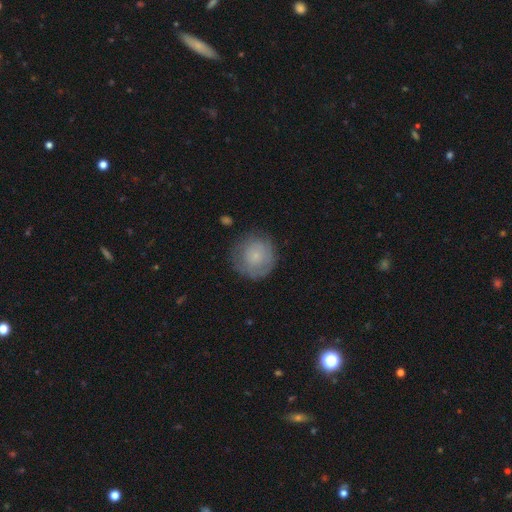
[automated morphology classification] A smooth galaxy with no disk features (64%) that is round (93%).

Vote fractions:
- Smooth or featured? smooth: 64% / featured or disk: 28% / star or artifact: 8%
- How rounded? round: 93% / in between: 7% / cigar-shaped: 1%
- Merging? none: 74% / minor disturbance: 17% / major disturbance: 7% / merger: 1%